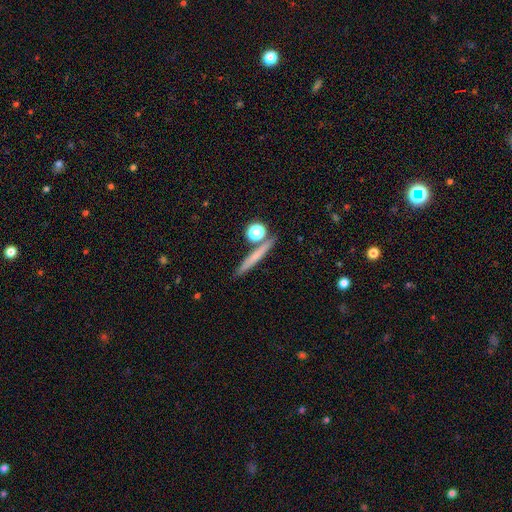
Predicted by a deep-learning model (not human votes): Smooth or featured? smooth (61%)
How rounded? cigar-shaped (84%)
Merging? none (80%)